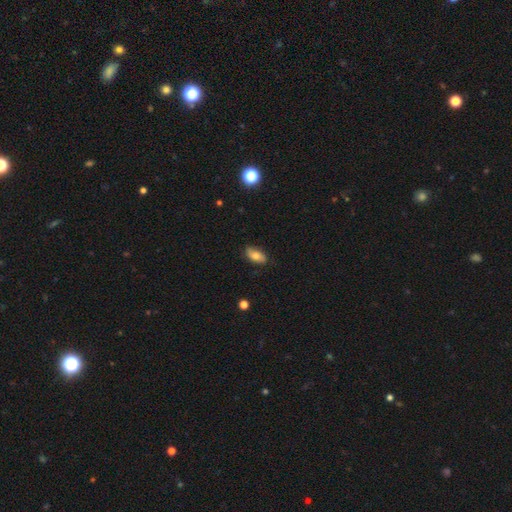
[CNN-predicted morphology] Smooth or featured? smooth (73%)
How rounded? in between (89%)
Merging? none (79%)